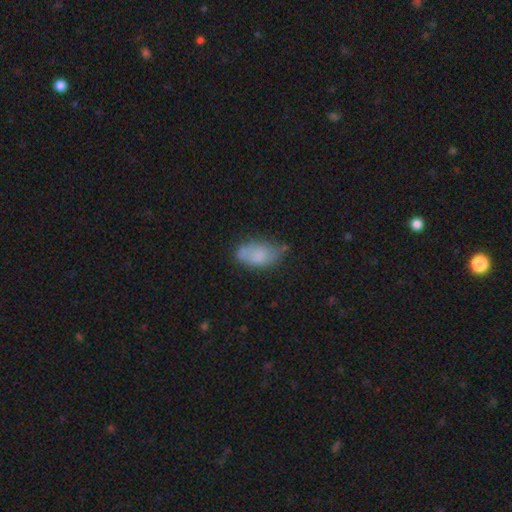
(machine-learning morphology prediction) Smooth or featured? Predicted: smooth (p=0.74). How rounded? Predicted: in between (p=0.92). Merging? Predicted: none (p=0.51).